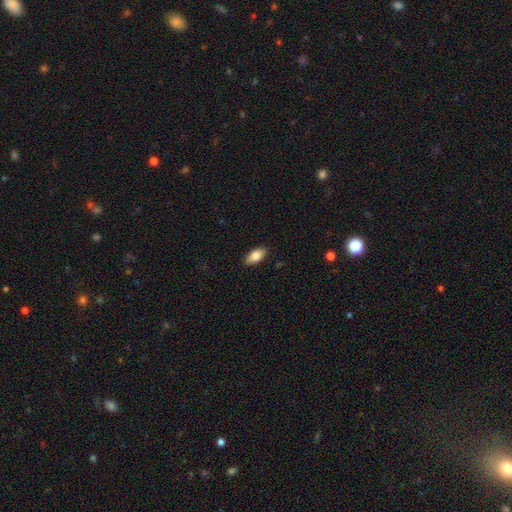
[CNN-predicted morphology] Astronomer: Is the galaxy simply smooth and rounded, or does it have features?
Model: smooth — 82%.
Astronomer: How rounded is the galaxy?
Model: in between — 90%.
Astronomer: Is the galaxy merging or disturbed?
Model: none — 87%.